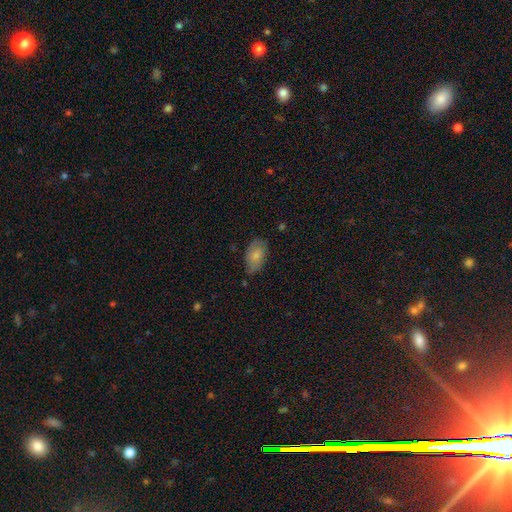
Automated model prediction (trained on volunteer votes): smooth-or-featured: smooth: 77% | featured or disk: 16% | star or artifact: 7%
  how-rounded: in between: 93% | round: 5% | cigar-shaped: 2%
  merging: none: 70% | minor disturbance: 23% | major disturbance: 5% | merger: 2%